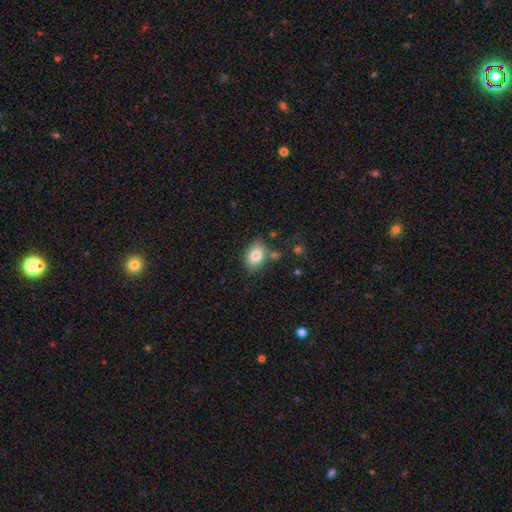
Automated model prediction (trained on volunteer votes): Overall: smooth (82%). How rounded: in between (85%). Merging: none (70%).